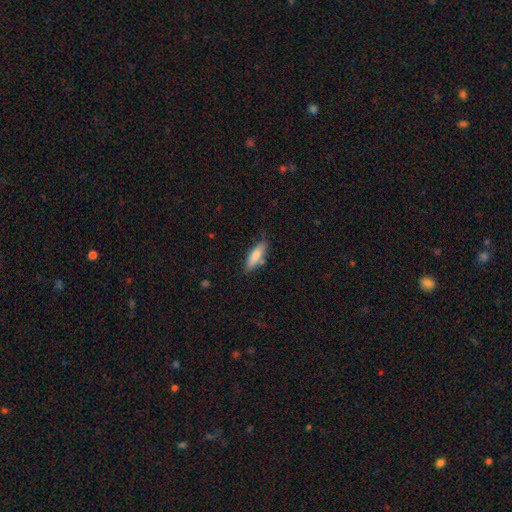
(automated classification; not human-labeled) smooth 81%, featured or disk 13%, star or artifact 6%. Down the decision tree: how rounded — in between (54%); merging — none (73%).